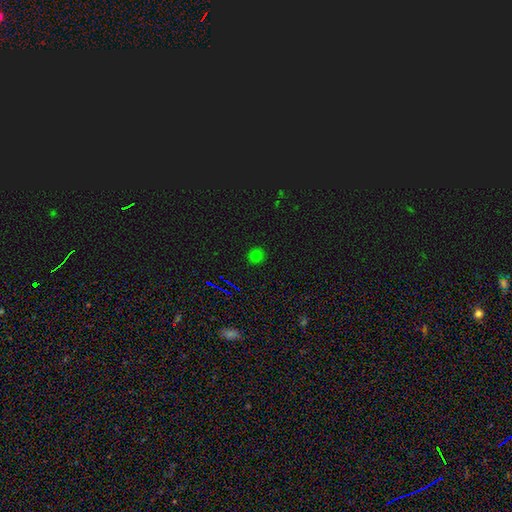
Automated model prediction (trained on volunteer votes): smooth 72%, star or artifact 21%, featured or disk 7%. Down the decision tree: how rounded — round (90%); merging — none (90%).